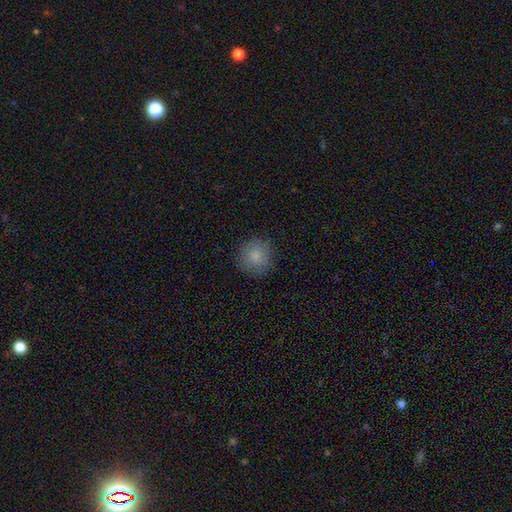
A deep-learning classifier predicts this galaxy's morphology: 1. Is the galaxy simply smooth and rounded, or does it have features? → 85% smooth, 9% star or artifact, 6% featured or disk.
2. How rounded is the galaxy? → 92% round, 7% in between, 1% cigar-shaped.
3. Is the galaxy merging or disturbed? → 84% none, 11% minor disturbance, 3% major disturbance, 1% merger.